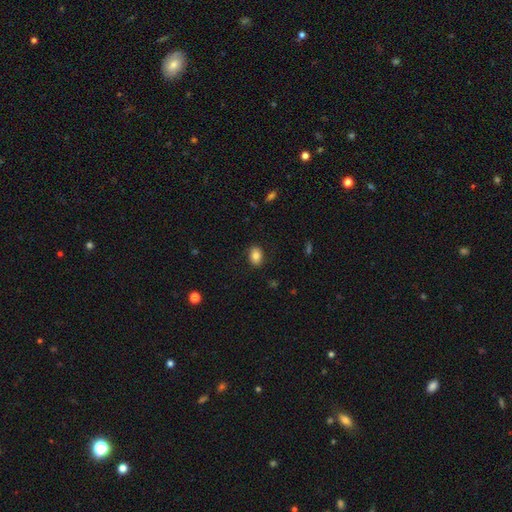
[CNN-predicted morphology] Smooth or featured? Predicted: smooth (p=0.81). How rounded? Predicted: in between (p=0.77). Merging? Predicted: none (p=0.86).